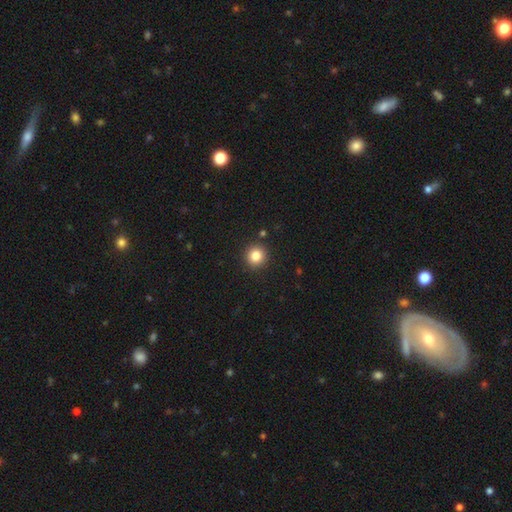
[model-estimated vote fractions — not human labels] smooth-or-featured: smooth: 83% | star or artifact: 11% | featured or disk: 6%
  how-rounded: round: 94% | in between: 5% | cigar-shaped: 1%
  merging: none: 91% | minor disturbance: 5% | major disturbance: 2% | merger: 2%